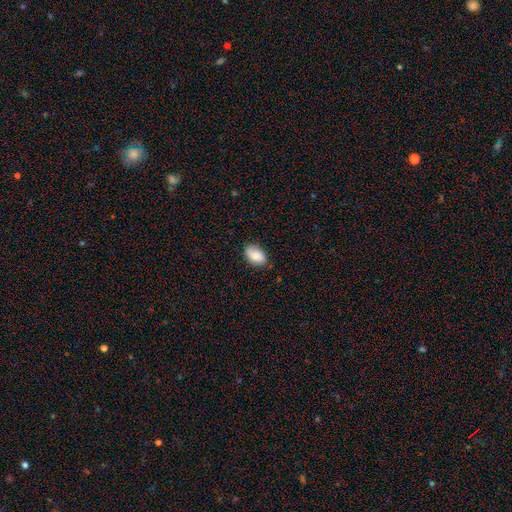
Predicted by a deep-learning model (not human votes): Q: Smooth or featured?
A: smooth (81%); runner-up: featured or disk (12%)
Q: How rounded?
A: in between (90%); runner-up: round (8%)
Q: Merging?
A: none (76%); runner-up: minor disturbance (20%)